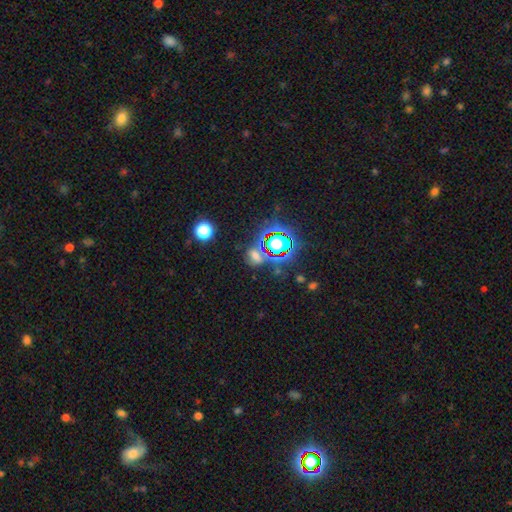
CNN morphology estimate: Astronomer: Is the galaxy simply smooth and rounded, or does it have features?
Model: star or artifact — 53% (runner-up: smooth, 35%).